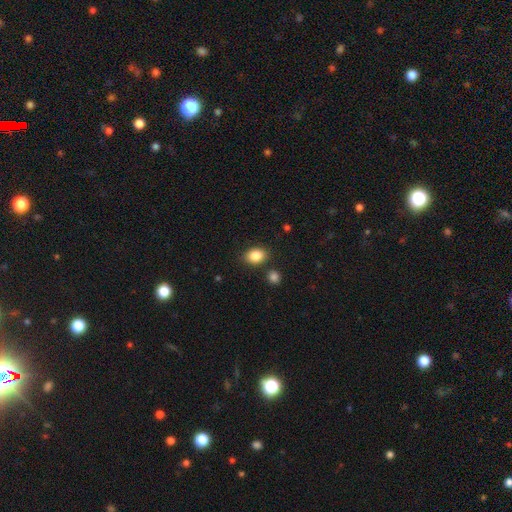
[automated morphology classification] The model was most divided on "how rounded": in between: 74%, round: 25%, cigar-shaped: 1%. More confident: smooth or featured — smooth (86%); merging — none (82%).